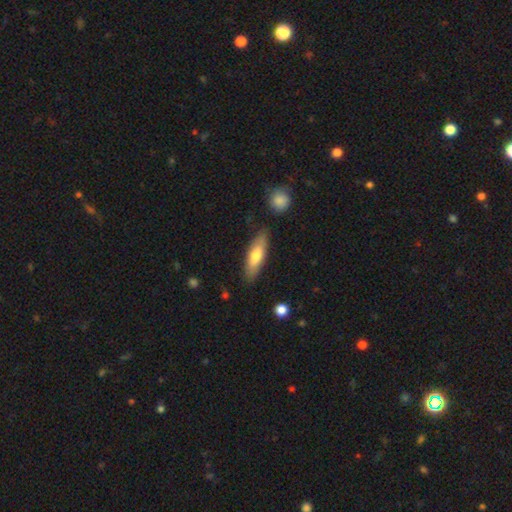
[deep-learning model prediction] Overall: smooth (66%; featured or disk 28%). How rounded: cigar-shaped (57%; in between 42%). Merging: none (83%).